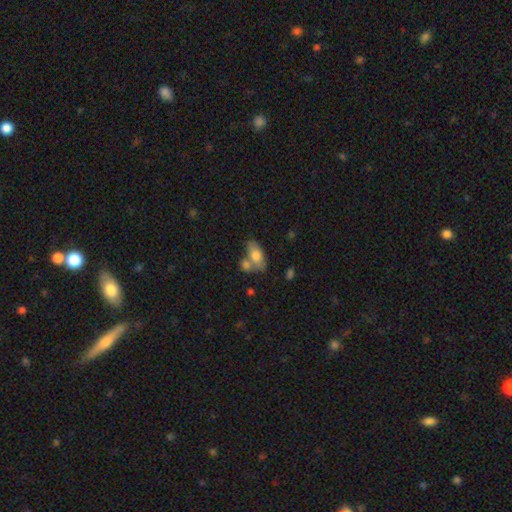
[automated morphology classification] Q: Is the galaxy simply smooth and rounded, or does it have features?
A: smooth — 73%.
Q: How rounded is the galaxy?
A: in between — 87%.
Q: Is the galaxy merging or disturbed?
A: none — 45%.